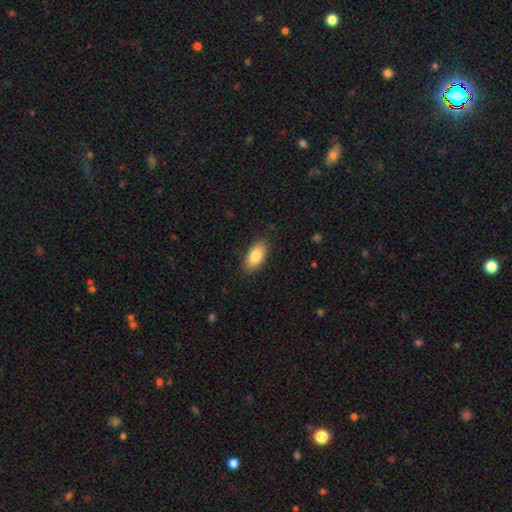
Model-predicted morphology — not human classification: Smooth or featured?
  - smooth: 82% *
  - featured or disk: 11%
  - star or artifact: 7%
How rounded?
  - in between: 91% *
  - cigar-shaped: 6%
  - round: 3%
Merging?
  - none: 86% *
  - minor disturbance: 11%
  - major disturbance: 2%
  - merger: 1%